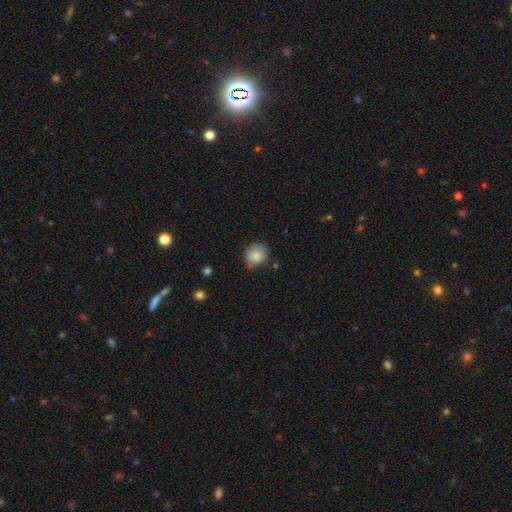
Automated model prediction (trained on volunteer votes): Q: Smooth or featured?
A: smooth (84%); runner-up: star or artifact (8%)
Q: How rounded?
A: round (74%); runner-up: in between (25%)
Q: Merging?
A: none (68%); runner-up: minor disturbance (25%)